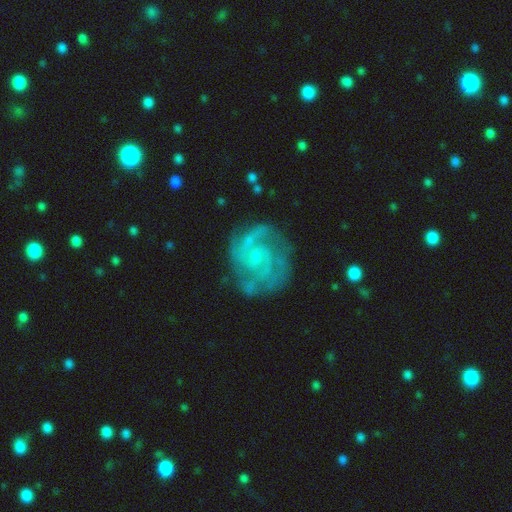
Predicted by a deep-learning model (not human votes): This appears to be a featured or disk galaxy (89%) with no bar (64%), 2 (47%) tight (52%) spiral arms (97%) and a small central bulge (75%). Merging: none (72%).